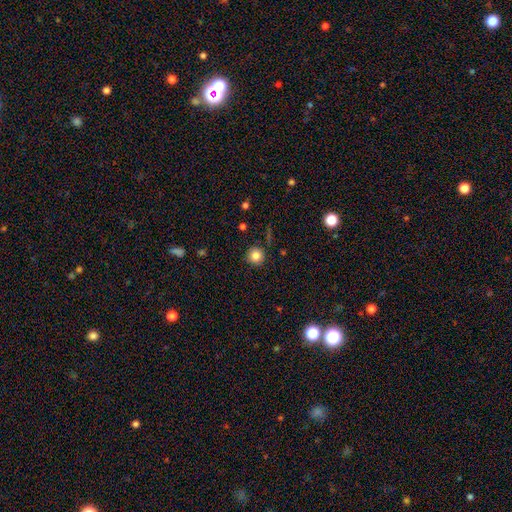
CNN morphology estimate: The model was most divided on "smooth or featured": smooth: 83%, star or artifact: 11%, featured or disk: 6%. More confident: how rounded — round (95%); merging — none (88%).